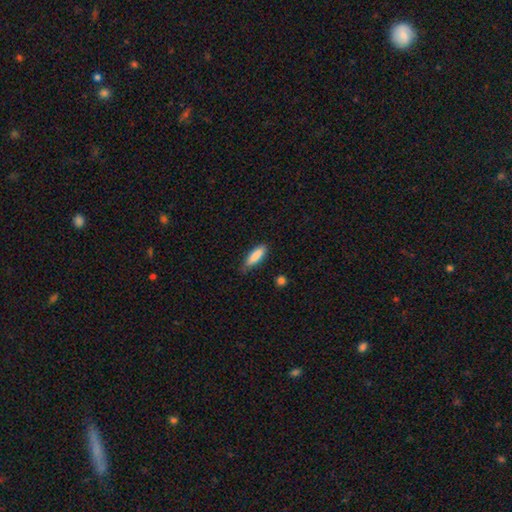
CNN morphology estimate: Q: Smooth or featured?
A: smooth (86%); runner-up: featured or disk (8%)
Q: How rounded?
A: cigar-shaped (53%); runner-up: in between (45%)
Q: Merging?
A: none (73%); runner-up: minor disturbance (21%)